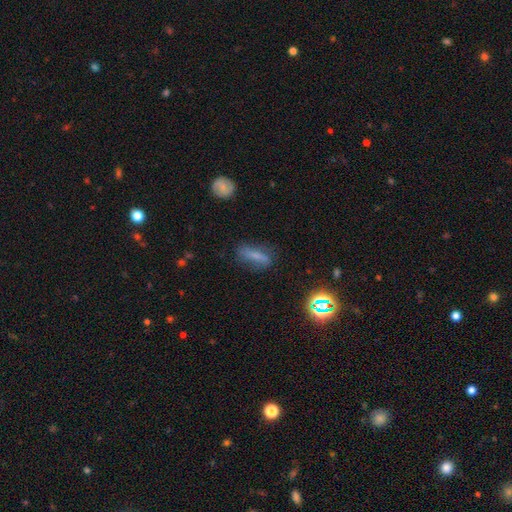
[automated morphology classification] Smooth or featured?
  - smooth: 59% *
  - featured or disk: 25%
  - star or artifact: 16%
How rounded?
  - cigar-shaped: 52% *
  - in between: 43%
  - round: 5%
Merging?
  - none: 67% *
  - minor disturbance: 21%
  - major disturbance: 9%
  - merger: 3%